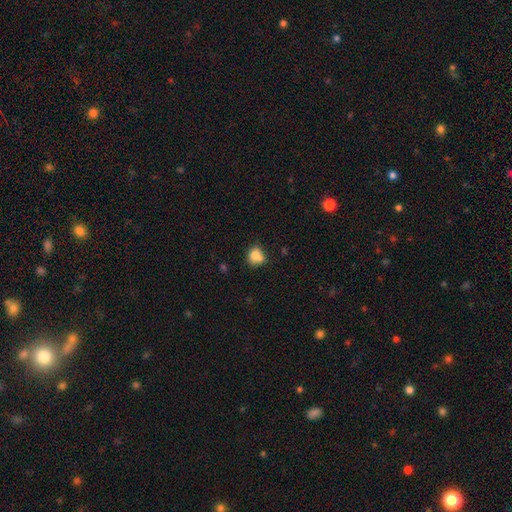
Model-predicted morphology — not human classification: The model was most divided on "merging": none: 40%, merger: 37%, minor disturbance: 17%, major disturbance: 6%. More confident: smooth or featured — smooth (76%); how rounded — round (62%).